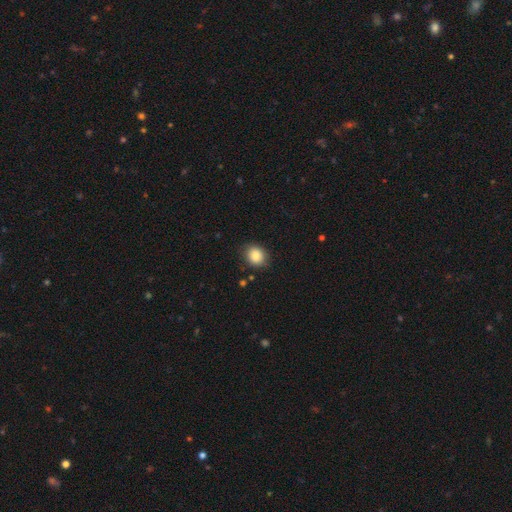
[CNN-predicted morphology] This is clearly a smooth galaxy (86%). How rounded: likely round (66%). Merging: clearly none (85%).